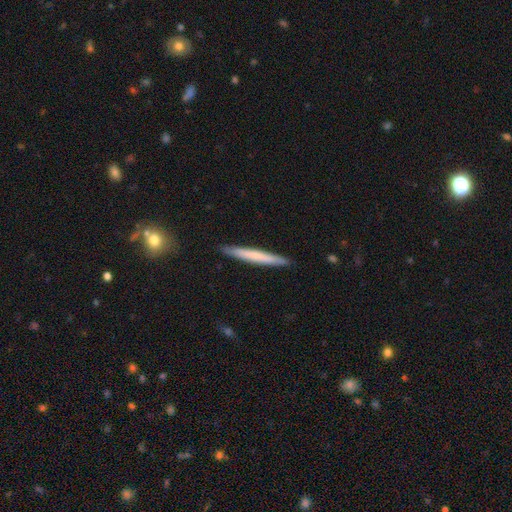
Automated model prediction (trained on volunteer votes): smooth-or-featured: smooth: 62% | featured or disk: 32% | star or artifact: 5%
  how-rounded: cigar-shaped: 97% | in between: 2% | round: 1%
  merging: none: 90% | minor disturbance: 7% | major disturbance: 1% | merger: 1%